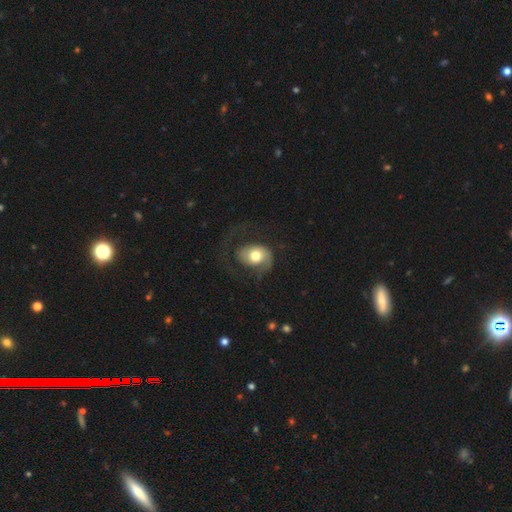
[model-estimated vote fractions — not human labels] Smooth or featured: featured or disk — 53% (smooth — 41%)
Edge-on disk: no — 96% (yes — 4%)
Bar: no — 76% (weak — 19%)
Spiral arms: yes — 80% (no — 20%)
Bulge size: moderate — 63% (large — 25%)
Merging: none — 44% (major disturbance — 35%)